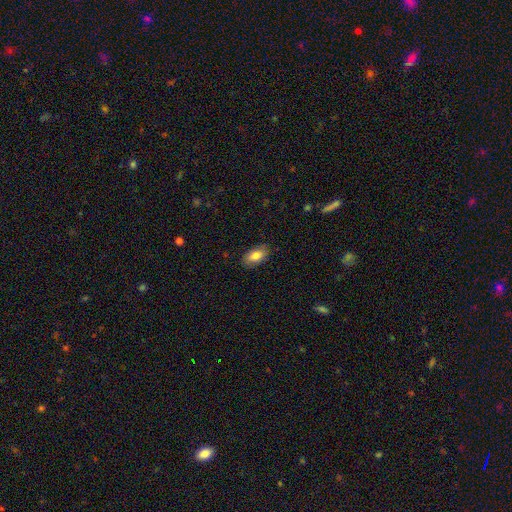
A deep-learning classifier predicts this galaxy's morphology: This appears to be a smooth galaxy with no disk features (80%) that is in between round and cigar-shaped (92%). Merging: none (86%).